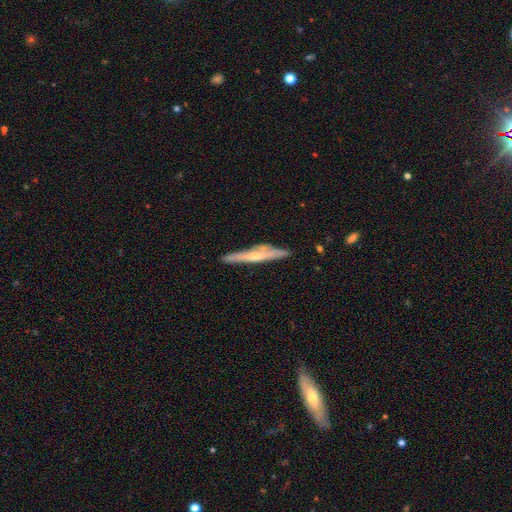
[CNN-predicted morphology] type=featured or disk (63%); edge-on=yes (92%); edge-on bulge=rounded (69%); merging=none (80%).